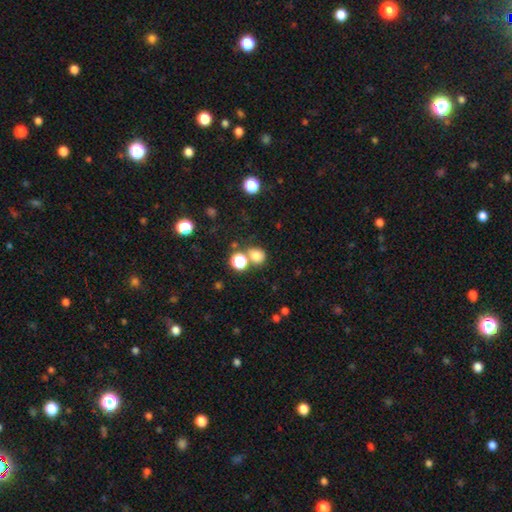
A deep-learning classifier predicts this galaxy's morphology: A smooth galaxy with no disk features (77%) that is round (75%). Merging: none (62%).